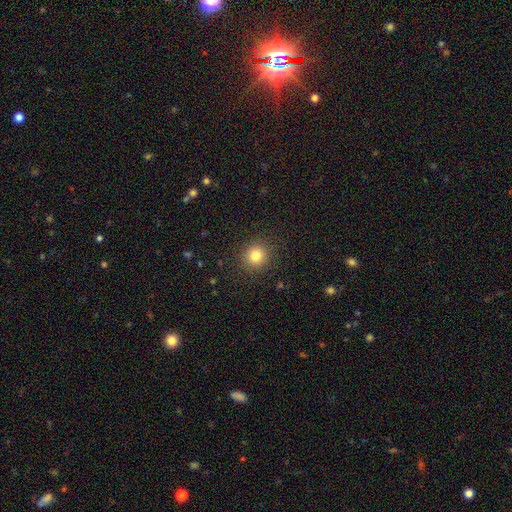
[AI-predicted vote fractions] Smooth or featured? smooth (82%)
How rounded? round (91%)
Merging? none (90%)